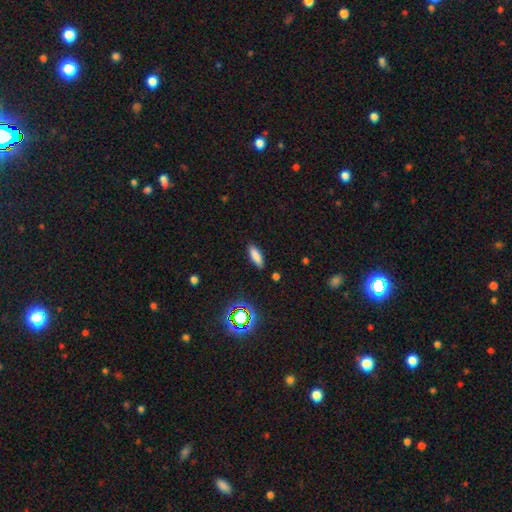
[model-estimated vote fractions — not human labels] Morphology: type=smooth (83%); roundness=in between (57%); merging=none (88%).